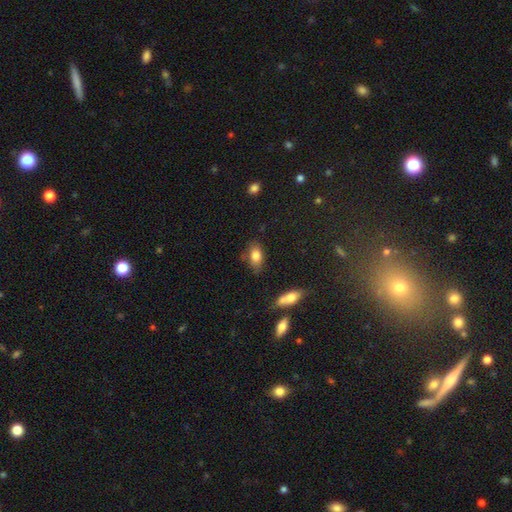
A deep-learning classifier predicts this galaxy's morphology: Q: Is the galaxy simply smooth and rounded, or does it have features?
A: smooth — 80%.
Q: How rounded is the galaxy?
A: in between — 86%.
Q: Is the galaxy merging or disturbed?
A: none — 68%.